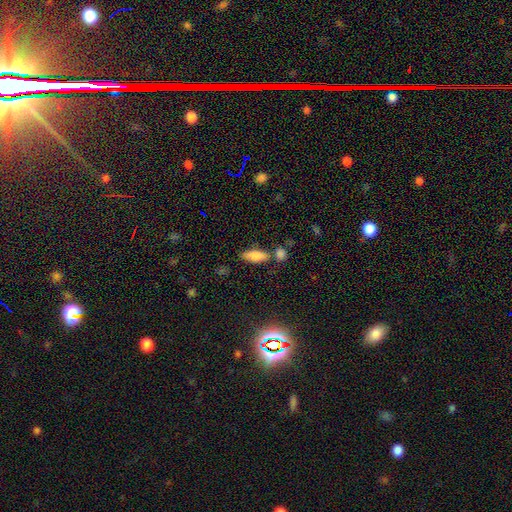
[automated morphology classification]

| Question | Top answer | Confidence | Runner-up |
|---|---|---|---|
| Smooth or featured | smooth | 77% | featured or disk (14%) |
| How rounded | in between | 68% | cigar-shaped (29%) |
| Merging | none | 66% | merger (16%) |